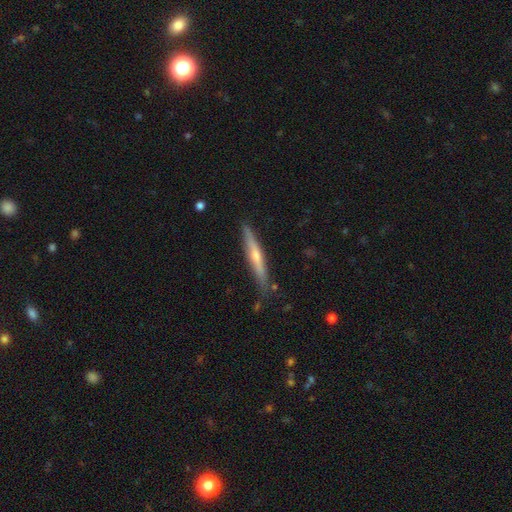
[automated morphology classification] Smooth or featured?
  - featured or disk: 64% *
  - smooth: 28%
  - star or artifact: 7%
Edge-on disk?
  - yes: 94% *
  - no: 6%
Edge-on bulge?
  - rounded: 77% *
  - none: 18%
  - boxy: 5%
Merging?
  - none: 83% *
  - minor disturbance: 13%
  - major disturbance: 2%
  - merger: 2%